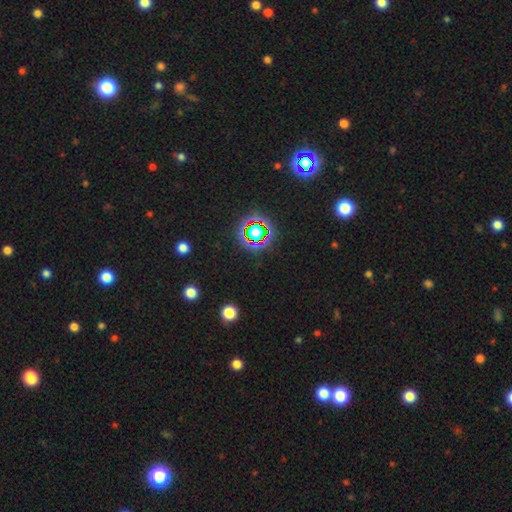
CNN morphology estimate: This appears to be a star or artifact, not a galaxy (78%).